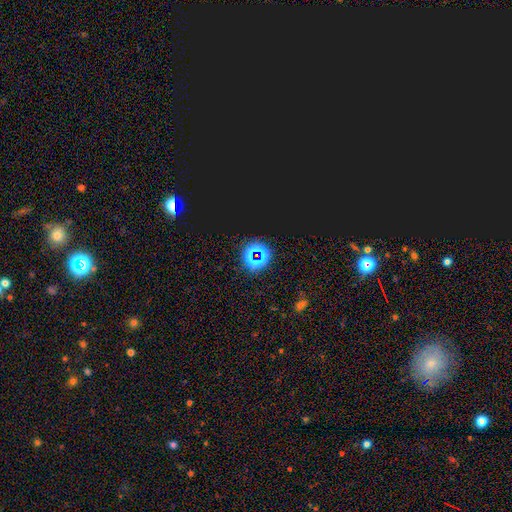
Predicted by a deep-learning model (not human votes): smooth-or-featured: star or artifact: 80% | smooth: 13% | featured or disk: 7%